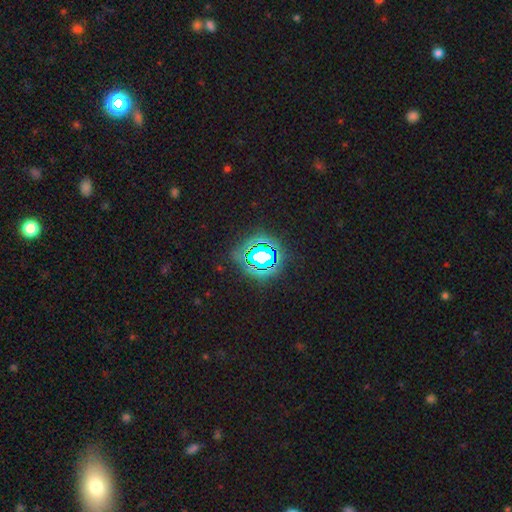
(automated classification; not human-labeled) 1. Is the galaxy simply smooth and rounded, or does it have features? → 78% star or artifact, 15% smooth, 7% featured or disk.